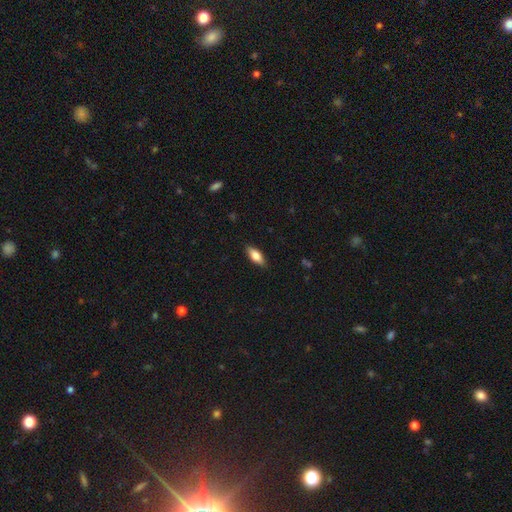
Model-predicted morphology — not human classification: This appears to be a smooth galaxy with no disk features (75%) that is in between round and cigar-shaped (73%). Merging: none (87%).